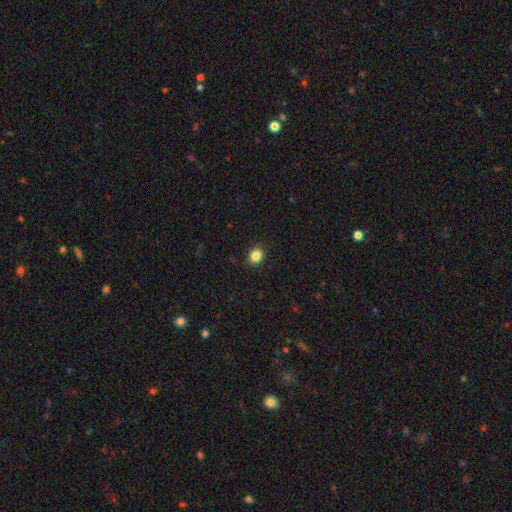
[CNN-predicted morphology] A smooth galaxy with no disk features (85%) that is round (63%).

Vote fractions:
- Smooth or featured? smooth: 85% / star or artifact: 11% / featured or disk: 4%
- How rounded? round: 63% / in between: 37% / cigar-shaped: 1%
- Merging? none: 91% / minor disturbance: 6% / major disturbance: 2% / merger: 1%